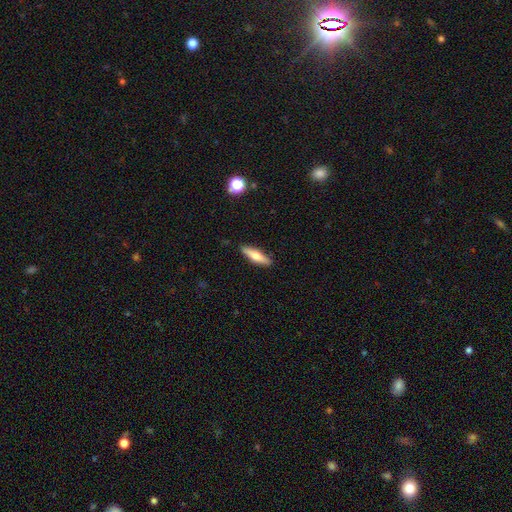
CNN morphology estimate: Overall: smooth (62%; featured or disk 32%). How rounded: cigar-shaped (71%). Merging: none (88%).